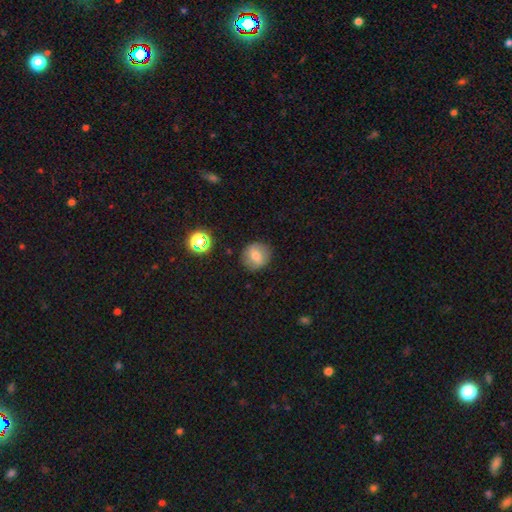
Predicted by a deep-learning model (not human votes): A smooth galaxy with no disk features (67%) that is round (89%).

Vote fractions:
- Smooth or featured? smooth: 67% / featured or disk: 22% / star or artifact: 12%
- How rounded? round: 89% / in between: 10% / cigar-shaped: 1%
- Merging? none: 86% / minor disturbance: 10% / major disturbance: 3% / merger: 2%